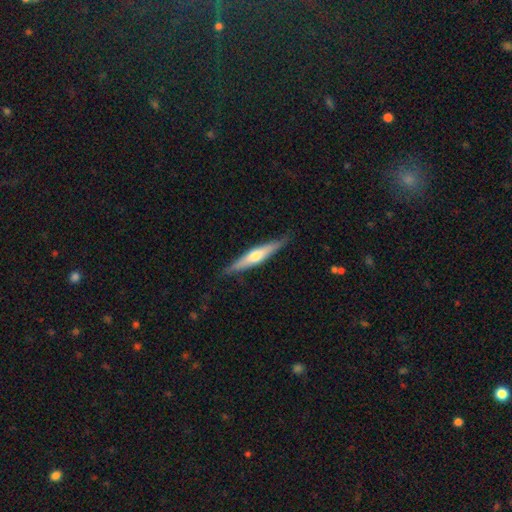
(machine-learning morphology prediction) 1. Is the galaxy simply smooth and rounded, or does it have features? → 56% featured or disk, 39% smooth, 5% star or artifact.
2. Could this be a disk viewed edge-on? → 94% yes, 6% no.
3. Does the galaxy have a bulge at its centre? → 84% rounded, 9% none, 7% boxy.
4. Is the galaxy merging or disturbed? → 84% none, 13% minor disturbance, 2% major disturbance, 1% merger.